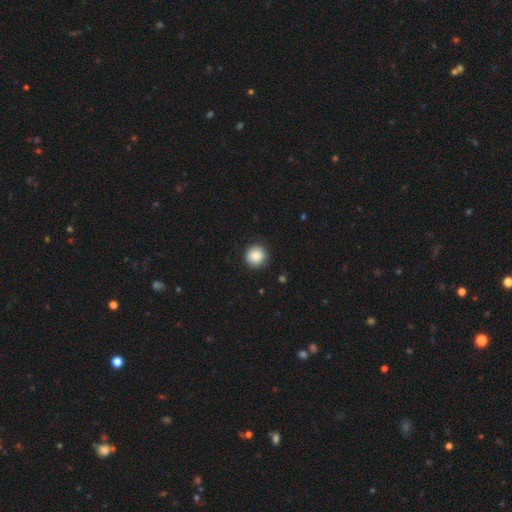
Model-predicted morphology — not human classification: The model was most divided on "smooth or featured": smooth: 87%, star or artifact: 8%, featured or disk: 4%. More confident: how rounded — round (93%); merging — none (88%).